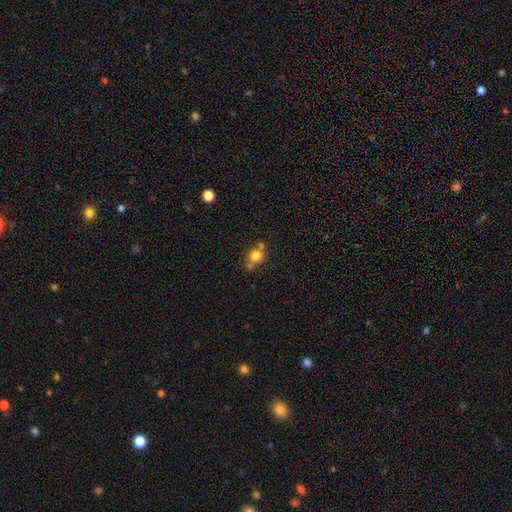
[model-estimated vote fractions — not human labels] smooth-or-featured: smooth: 77% | star or artifact: 12% | featured or disk: 11%
  how-rounded: round: 79% | in between: 20% | cigar-shaped: 1%
  merging: none: 55% | merger: 26% | minor disturbance: 14% | major disturbance: 5%